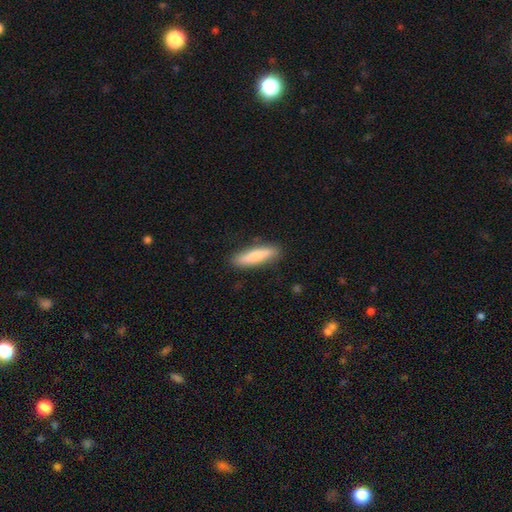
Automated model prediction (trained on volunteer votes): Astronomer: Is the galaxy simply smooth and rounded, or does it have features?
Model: smooth — 76%.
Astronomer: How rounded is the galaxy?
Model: cigar-shaped — 75%.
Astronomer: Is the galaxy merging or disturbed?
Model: none — 87%.